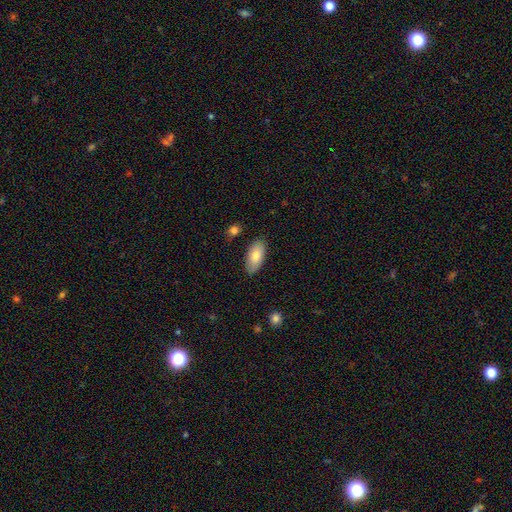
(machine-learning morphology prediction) Q: Smooth or featured?
A: smooth (81%); runner-up: featured or disk (13%)
Q: How rounded?
A: in between (93%); runner-up: cigar-shaped (5%)
Q: Merging?
A: none (85%); runner-up: minor disturbance (11%)